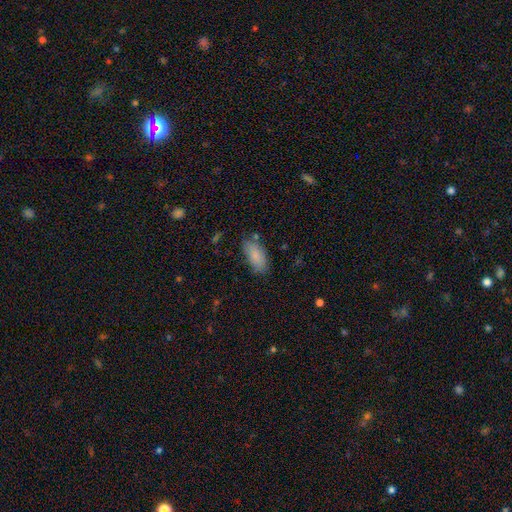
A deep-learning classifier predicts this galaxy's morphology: Smooth or featured?
  - smooth: 85% *
  - featured or disk: 9%
  - star or artifact: 7%
How rounded?
  - in between: 92% *
  - cigar-shaped: 6%
  - round: 2%
Merging?
  - none: 75% *
  - minor disturbance: 18%
  - major disturbance: 4%
  - merger: 4%